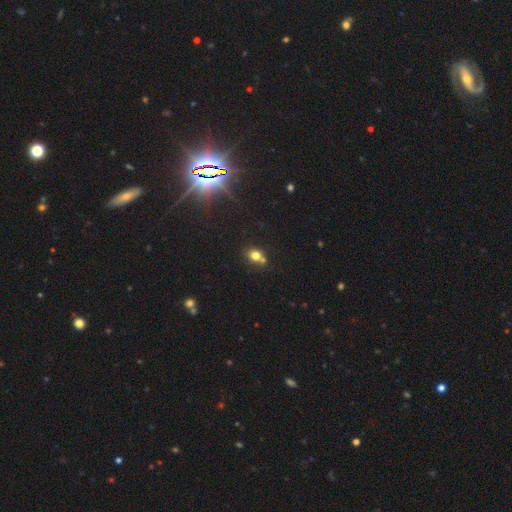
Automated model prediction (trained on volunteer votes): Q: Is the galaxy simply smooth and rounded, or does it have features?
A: smooth — 74%.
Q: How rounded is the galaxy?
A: round — 68%.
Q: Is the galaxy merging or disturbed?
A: none — 58%.